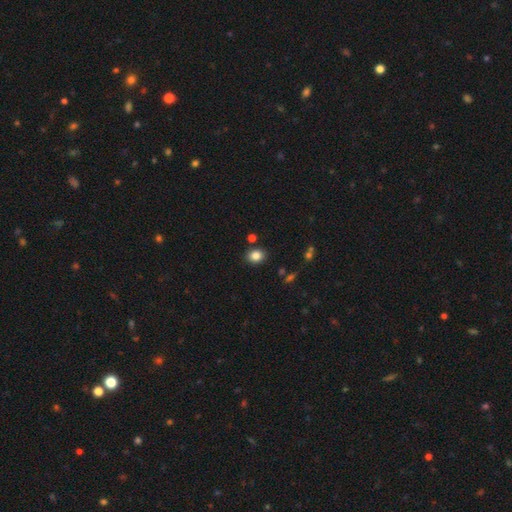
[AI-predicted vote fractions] Smooth or featured? Predicted: smooth (p=0.83). How rounded? Predicted: in between (p=0.51). Merging? Predicted: none (p=0.85).